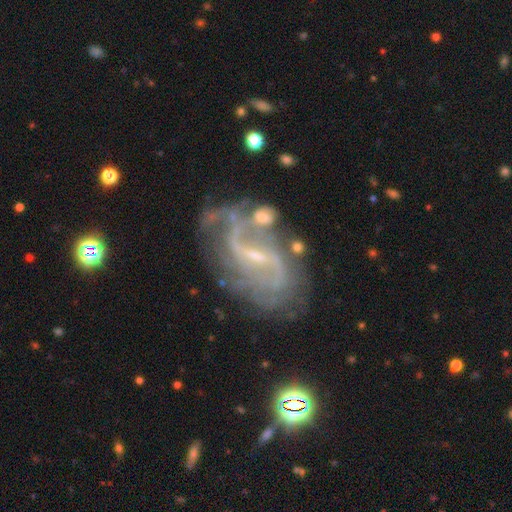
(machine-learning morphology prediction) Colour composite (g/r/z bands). It shows a featured or disk galaxy (87%) with a weak bar (48%), 2 (65%) loose (43%) spiral arms (93%) and a small central bulge (77%). Merging: none (52%).